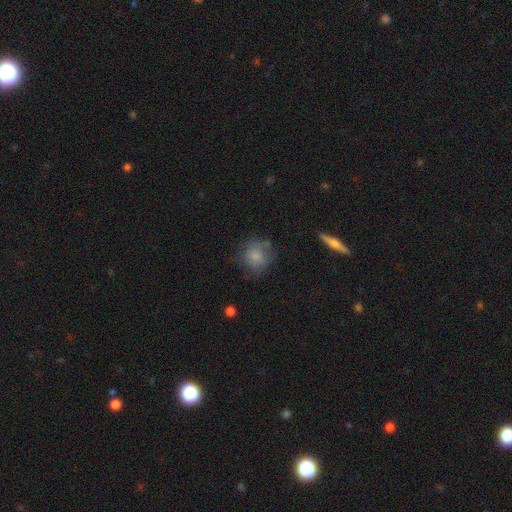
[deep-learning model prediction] A smooth galaxy with no disk features (73%) that is round (81%).

Vote fractions:
- Smooth or featured? smooth: 73% / featured or disk: 17% / star or artifact: 10%
- How rounded? round: 81% / in between: 18% / cigar-shaped: 1%
- Merging? none: 59% / minor disturbance: 24% / major disturbance: 13% / merger: 3%